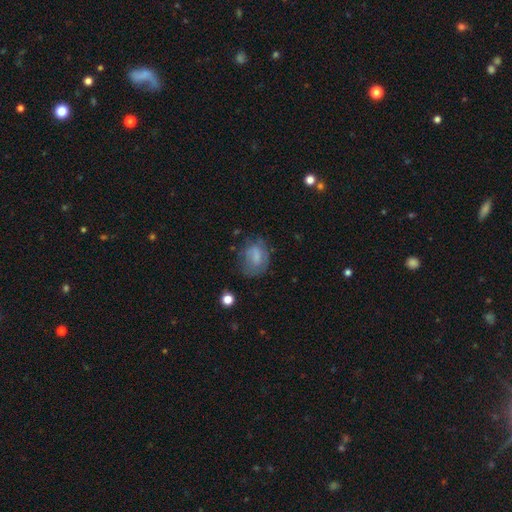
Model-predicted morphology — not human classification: Q: Smooth or featured?
A: smooth (63%); runner-up: featured or disk (27%)
Q: How rounded?
A: in between (67%); runner-up: round (31%)
Q: Merging?
A: none (52%); runner-up: minor disturbance (29%)